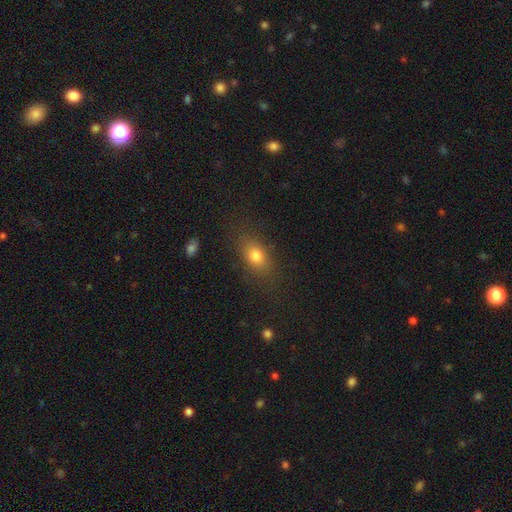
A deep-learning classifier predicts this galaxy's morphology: smooth-or-featured: smooth: 76% | star or artifact: 12% | featured or disk: 12%
  how-rounded: in between: 72% | round: 22% | cigar-shaped: 6%
  merging: none: 80% | minor disturbance: 13% | major disturbance: 5% | merger: 1%